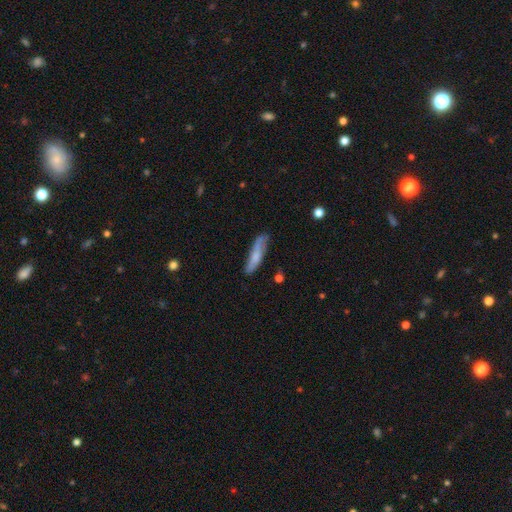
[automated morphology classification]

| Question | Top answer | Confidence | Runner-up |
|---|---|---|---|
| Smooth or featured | smooth | 59% | featured or disk (35%) |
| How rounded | cigar-shaped | 78% | in between (21%) |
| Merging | none | 67% | minor disturbance (25%) |